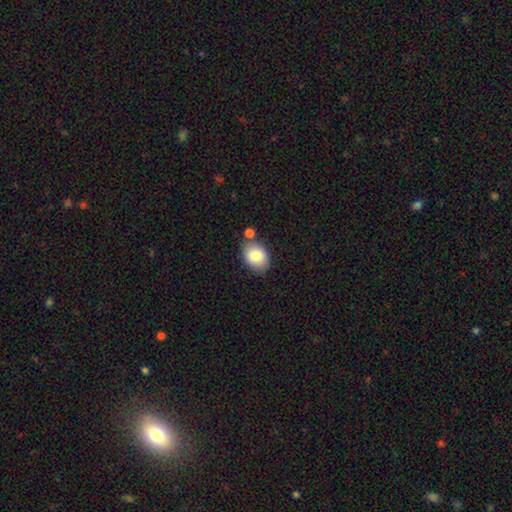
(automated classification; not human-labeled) smooth_or_featured: smooth (p=0.83) [alt: featured or disk p=0.10]
how_rounded: in between (p=0.71) [alt: round p=0.28]
merging: none (p=0.72) [alt: minor disturbance p=0.14]